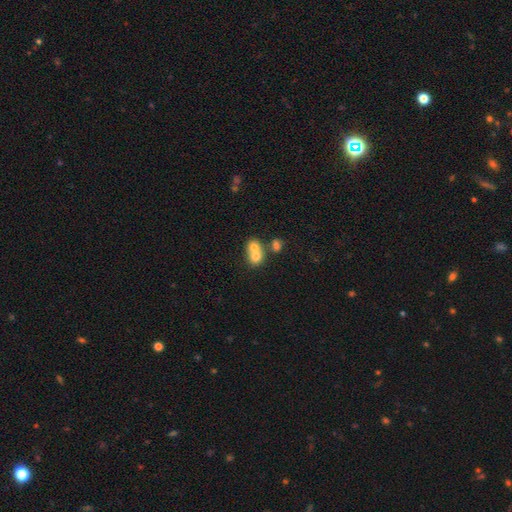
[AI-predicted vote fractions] Q: Smooth or featured?
A: smooth (70%); runner-up: featured or disk (19%)
Q: How rounded?
A: round (67%); runner-up: in between (32%)
Q: Merging?
A: merger (67%); runner-up: none (25%)